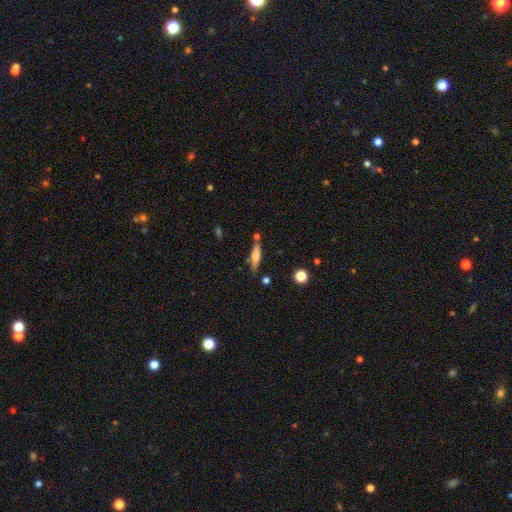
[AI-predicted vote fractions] smooth_or_featured: smooth (p=0.58) [alt: featured or disk p=0.35]
how_rounded: cigar-shaped (p=0.71) [alt: in between p=0.26]
merging: none (p=0.73) [alt: minor disturbance p=0.14]